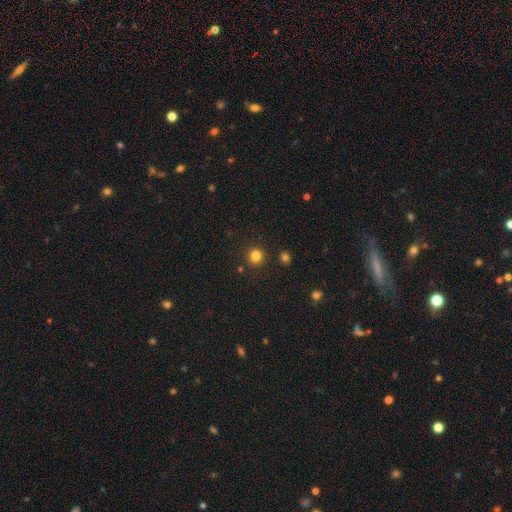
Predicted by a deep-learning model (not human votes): Smooth or featured? Predicted: smooth (p=0.83). How rounded? Predicted: round (p=0.89). Merging? Predicted: none (p=0.88).